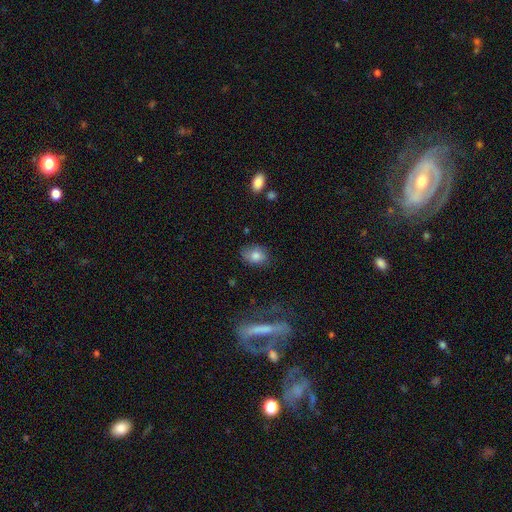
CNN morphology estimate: smooth_or_featured: smooth (p=0.80) [alt: featured or disk p=0.11]
how_rounded: in between (p=0.70) [alt: round p=0.29]
merging: none (p=0.72) [alt: minor disturbance p=0.20]